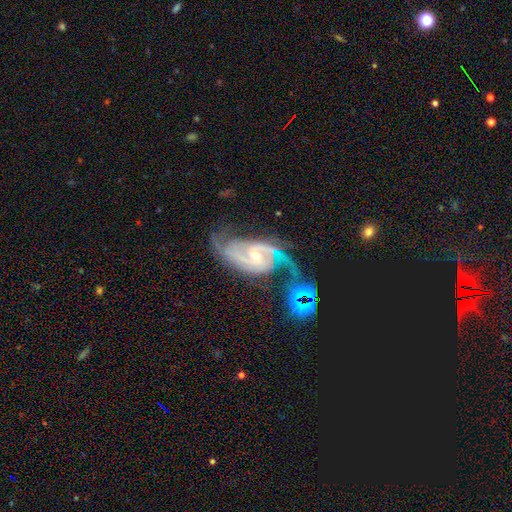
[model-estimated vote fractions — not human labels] Q: Smooth or featured?
A: featured or disk (89%); runner-up: star or artifact (7%)
Q: Edge-on disk?
A: no (97%); runner-up: yes (3%)
Q: Bar?
A: weak (41%); runner-up: no (40%)
Q: Spiral arms?
A: yes (98%); runner-up: no (2%)
Q: Spiral winding?
A: medium (50%); runner-up: tight (28%)
Q: Spiral arm count?
A: 2 (74%); runner-up: 3 (10%)
Q: Bulge size?
A: small (59%); runner-up: moderate (37%)
Q: Merging?
A: none (49%); runner-up: minor disturbance (21%)